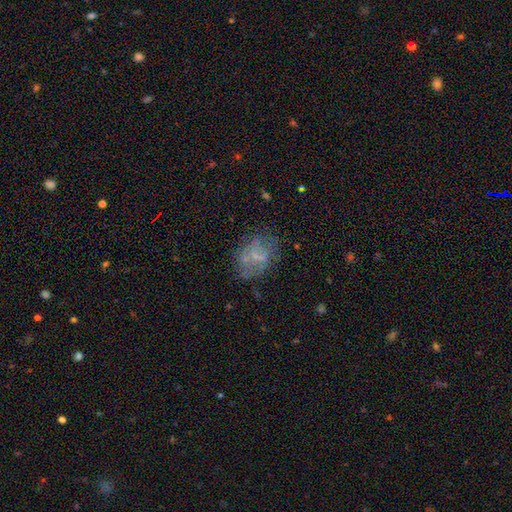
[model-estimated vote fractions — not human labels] Smooth or featured? featured or disk (49%)
Merging? none (58%)